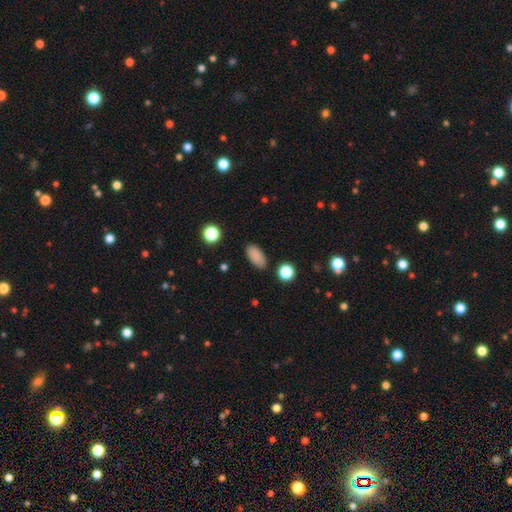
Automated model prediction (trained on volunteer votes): smooth_or_featured: smooth (p=0.86) [alt: star or artifact p=0.10]
how_rounded: in between (p=0.90) [alt: cigar-shaped p=0.06]
merging: none (p=0.86) [alt: minor disturbance p=0.09]